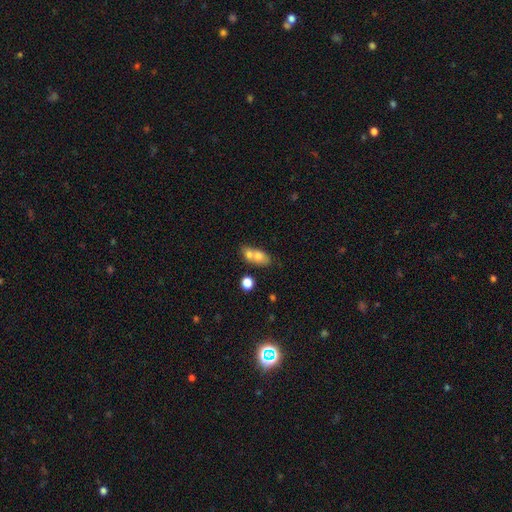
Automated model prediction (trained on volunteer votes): A smooth galaxy with no disk features (70%) that is in between round and cigar-shaped (68%). Merging: merger (60%).